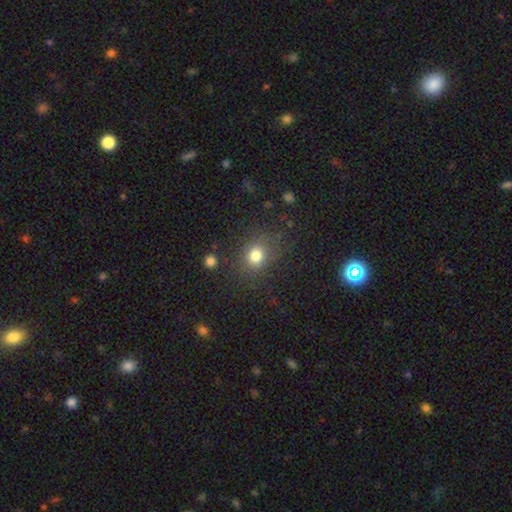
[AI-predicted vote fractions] Q: Smooth or featured?
A: smooth (79%); runner-up: star or artifact (14%)
Q: How rounded?
A: round (67%); runner-up: in between (32%)
Q: Merging?
A: none (80%); runner-up: minor disturbance (12%)